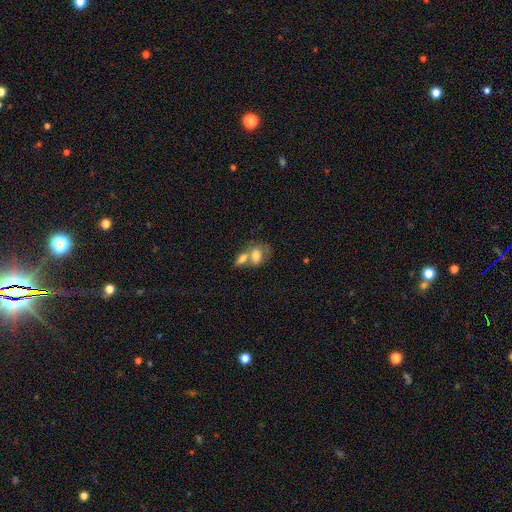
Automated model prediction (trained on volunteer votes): smooth 70%, featured or disk 22%, star or artifact 8%. Down the decision tree: how rounded — in between (77%); merging — merger (66%).